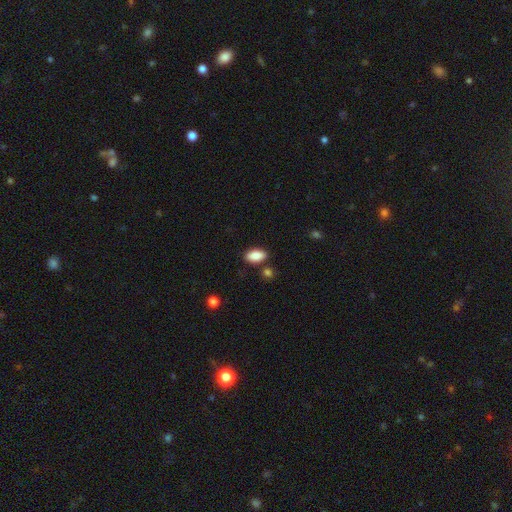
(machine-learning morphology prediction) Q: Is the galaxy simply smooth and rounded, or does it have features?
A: smooth — 88%.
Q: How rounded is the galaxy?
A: in between — 92%.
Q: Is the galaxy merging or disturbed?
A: none — 83%.